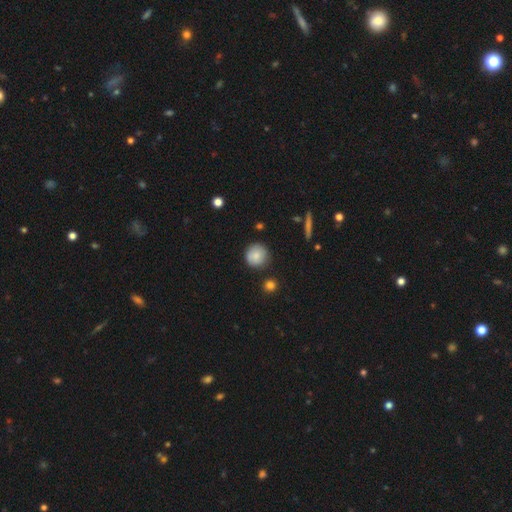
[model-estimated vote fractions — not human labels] Morphology: type=smooth (85%); roundness=round (93%); merging=none (84%).